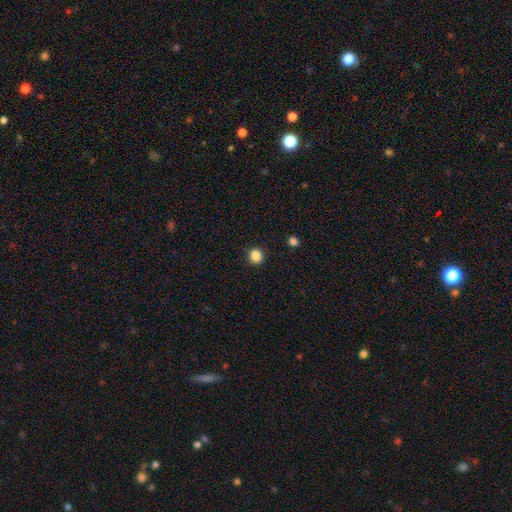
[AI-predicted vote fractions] smooth-or-featured: smooth: 86% | star or artifact: 11% | featured or disk: 3%
  how-rounded: round: 84% | in between: 15% | cigar-shaped: 1%
  merging: none: 90% | minor disturbance: 6% | major disturbance: 2% | merger: 1%